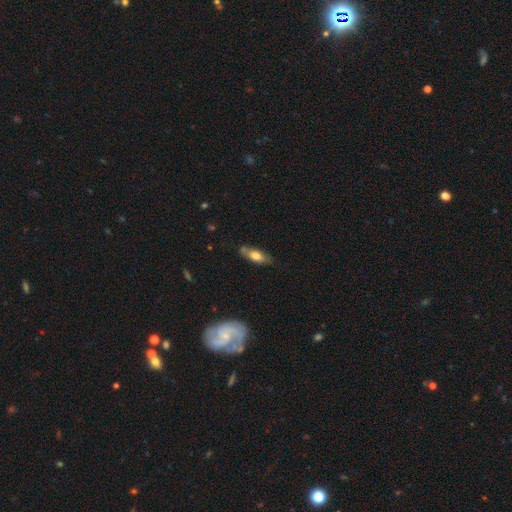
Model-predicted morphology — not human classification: A smooth galaxy with no disk features (66%) that is in between round and cigar-shaped (68%). Merging: none (72%).